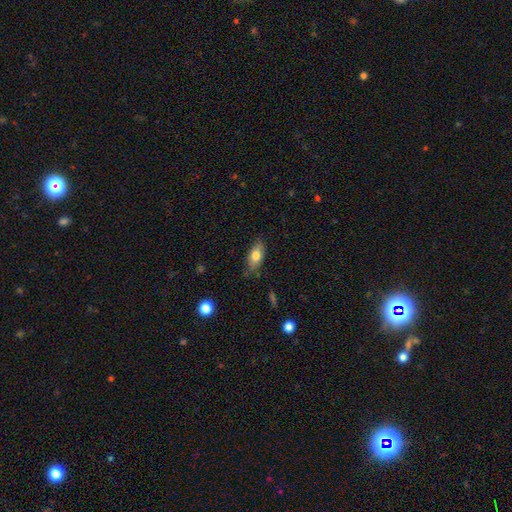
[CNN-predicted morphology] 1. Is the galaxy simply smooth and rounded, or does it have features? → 76% smooth, 16% featured or disk, 7% star or artifact.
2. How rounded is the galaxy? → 85% in between, 11% cigar-shaped, 4% round.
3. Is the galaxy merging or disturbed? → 75% none, 20% minor disturbance, 3% major disturbance, 2% merger.